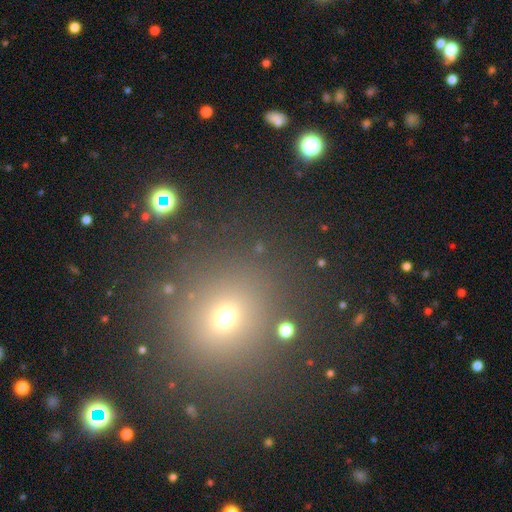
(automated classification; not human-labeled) Q: Smooth or featured?
A: smooth (52%); runner-up: star or artifact (39%)
Q: How rounded?
A: round (90%); runner-up: in between (9%)
Q: Merging?
A: none (88%); runner-up: minor disturbance (6%)